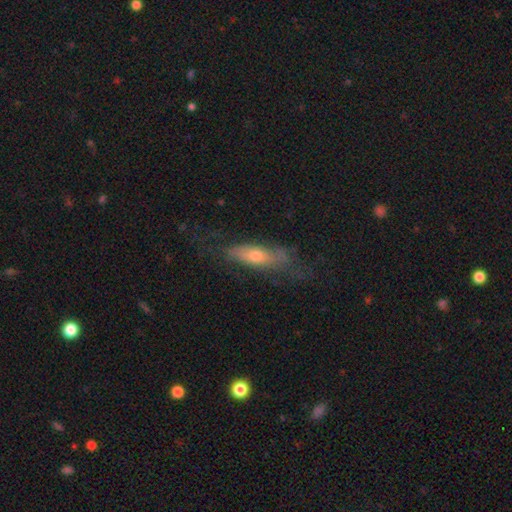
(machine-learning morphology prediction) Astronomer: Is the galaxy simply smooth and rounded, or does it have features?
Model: smooth — 48% (runner-up: featured or disk, 44%).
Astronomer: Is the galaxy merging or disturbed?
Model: none — 53%.